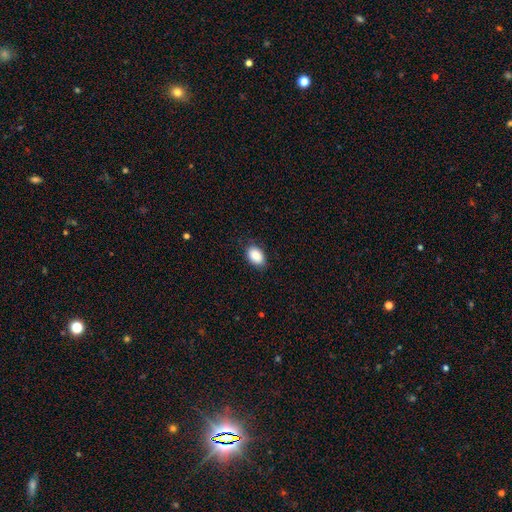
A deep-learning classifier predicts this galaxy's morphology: Q: Smooth or featured?
A: smooth (89%); runner-up: star or artifact (7%)
Q: How rounded?
A: in between (89%); runner-up: round (10%)
Q: Merging?
A: none (83%); runner-up: minor disturbance (13%)